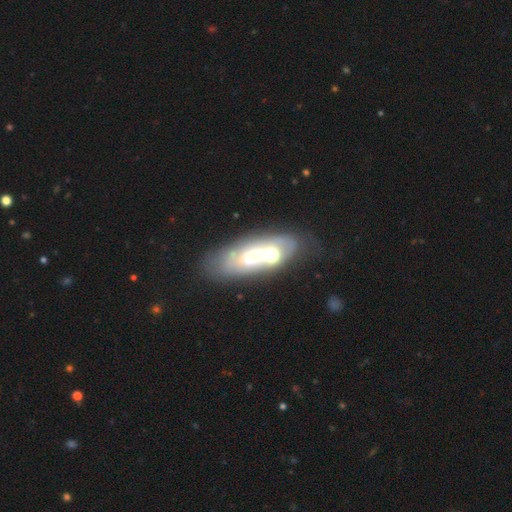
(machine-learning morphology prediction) Smooth or featured: featured or disk — 61% (smooth — 28%)
Edge-on disk: no — 85% (yes — 15%)
Bar: no — 84% (weak — 11%)
Spiral arms: no — 65% (yes — 35%)
Bulge size: moderate — 41% (large — 23%)
Merging: none — 57% (minor disturbance — 19%)